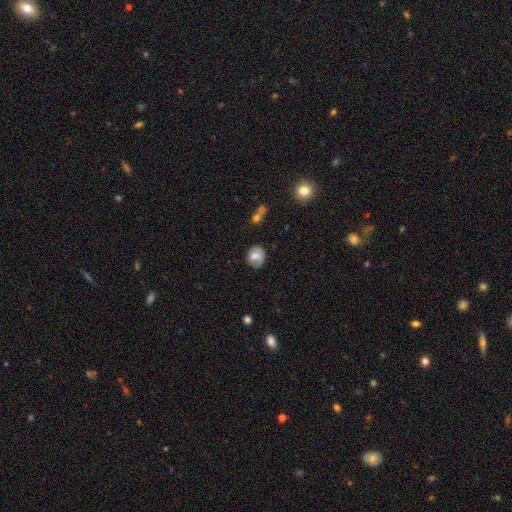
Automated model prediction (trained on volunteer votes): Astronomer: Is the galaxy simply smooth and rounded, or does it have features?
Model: smooth — 71%.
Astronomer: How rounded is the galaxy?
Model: round — 68%.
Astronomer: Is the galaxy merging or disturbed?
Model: none — 76%.